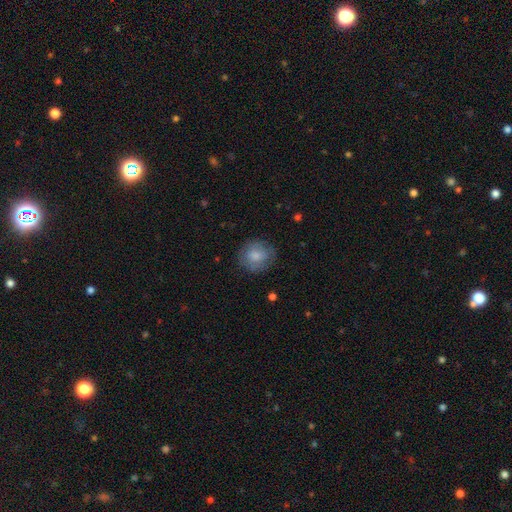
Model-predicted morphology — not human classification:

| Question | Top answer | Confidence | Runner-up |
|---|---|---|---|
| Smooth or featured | smooth | 76% | featured or disk (17%) |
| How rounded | round | 79% | in between (20%) |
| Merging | none | 79% | minor disturbance (15%) |